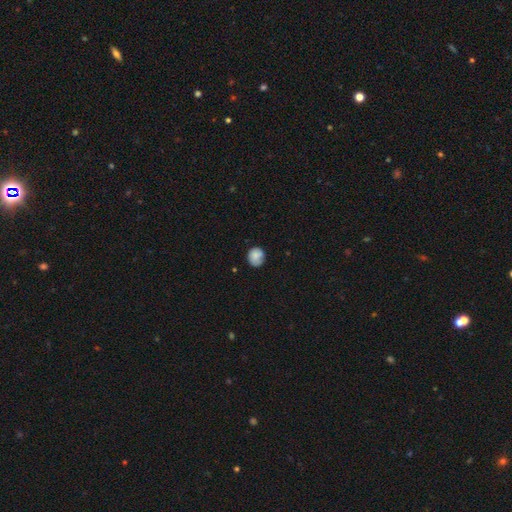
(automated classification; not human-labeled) Q: Smooth or featured?
A: smooth (82%); runner-up: featured or disk (10%)
Q: How rounded?
A: round (83%); runner-up: in between (16%)
Q: Merging?
A: none (73%); runner-up: minor disturbance (22%)